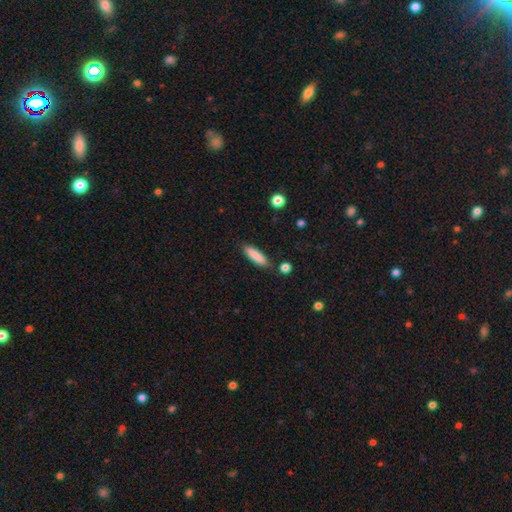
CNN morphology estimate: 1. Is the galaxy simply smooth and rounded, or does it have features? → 86% smooth, 8% featured or disk, 6% star or artifact.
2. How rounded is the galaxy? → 71% cigar-shaped, 28% in between, 2% round.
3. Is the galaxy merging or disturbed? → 86% none, 9% minor disturbance, 3% merger, 2% major disturbance.